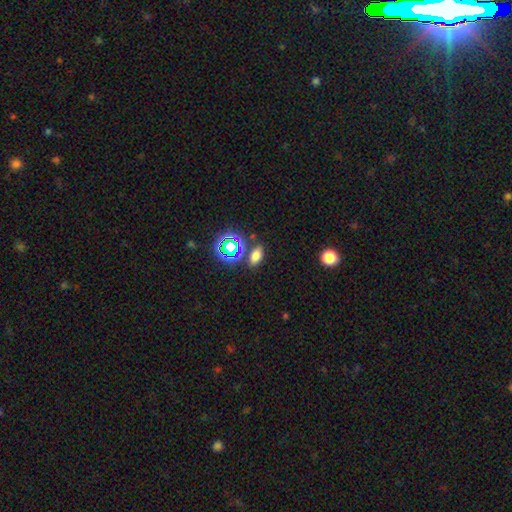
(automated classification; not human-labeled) This is likely a smooth galaxy (67%). How rounded: clearly in between (83%). Merging: likely none (79%).